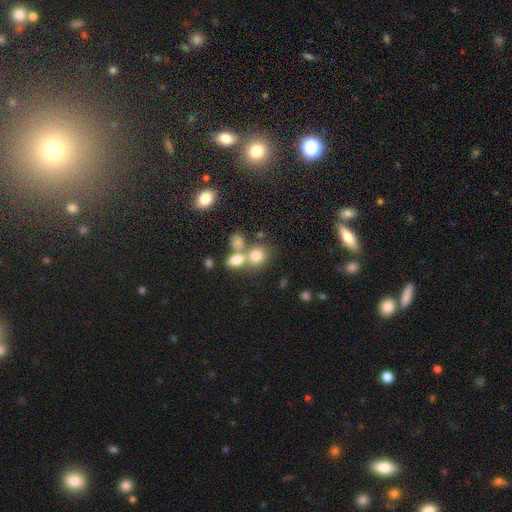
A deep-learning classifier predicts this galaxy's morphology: smooth_or_featured: smooth (p=0.75) [alt: featured or disk p=0.13]
how_rounded: round (p=0.59) [alt: in between p=0.39]
merging: merger (p=0.46) [alt: none p=0.40]